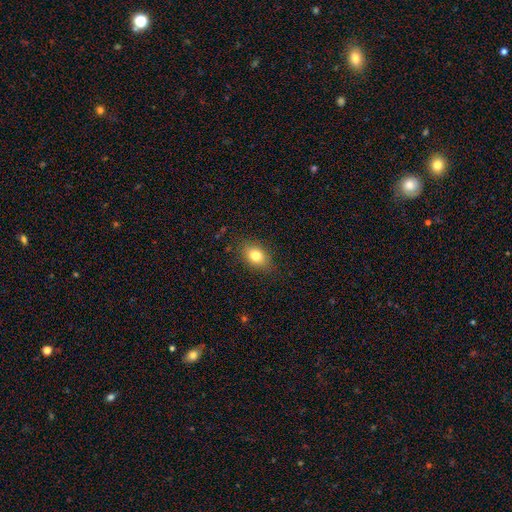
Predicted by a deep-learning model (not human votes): Q: Smooth or featured?
A: smooth (80%); runner-up: featured or disk (10%)
Q: How rounded?
A: in between (75%); runner-up: round (23%)
Q: Merging?
A: none (84%); runner-up: minor disturbance (12%)